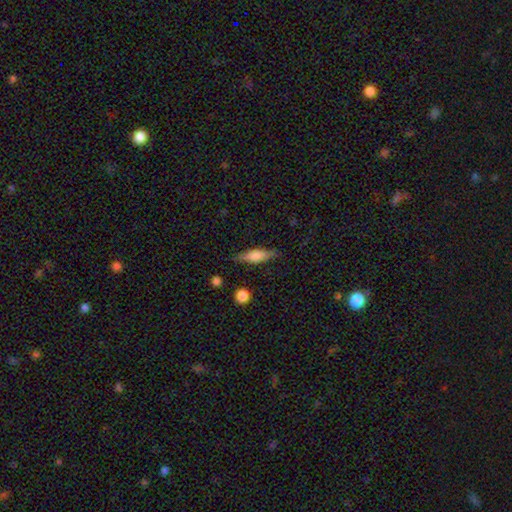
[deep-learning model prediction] smooth-or-featured: smooth: 55% | featured or disk: 38% | star or artifact: 8%
  how-rounded: cigar-shaped: 52% | in between: 45% | round: 3%
  merging: none: 78% | minor disturbance: 16% | major disturbance: 4% | merger: 2%